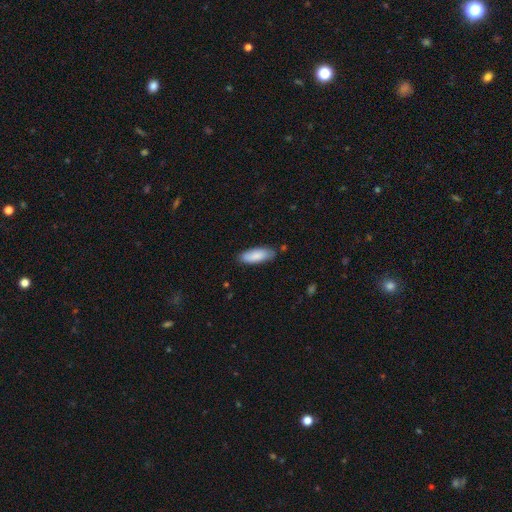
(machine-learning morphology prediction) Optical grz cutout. It shows a smooth galaxy with no disk features (86%) that is in between round and cigar-shaped (69%). Merging: none (81%).